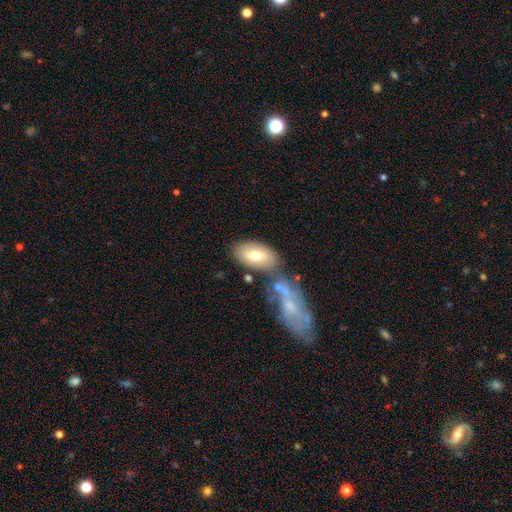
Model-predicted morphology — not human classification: smooth-or-featured: smooth: 68% | featured or disk: 25% | star or artifact: 7%
  how-rounded: in between: 92% | round: 5% | cigar-shaped: 3%
  merging: none: 65% | merger: 16% | minor disturbance: 14% | major disturbance: 5%